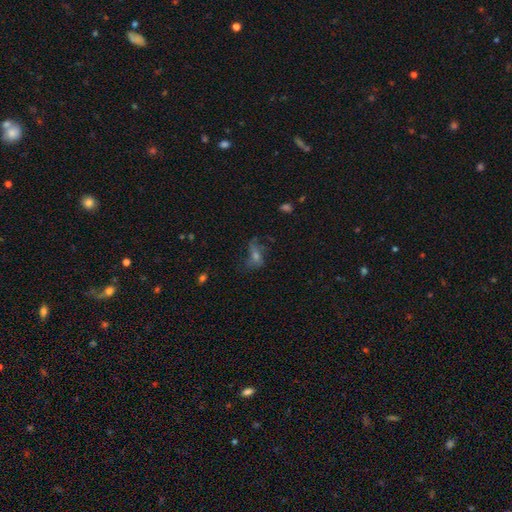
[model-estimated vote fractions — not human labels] Smooth or featured? featured or disk (43%)
Merging? none (48%)